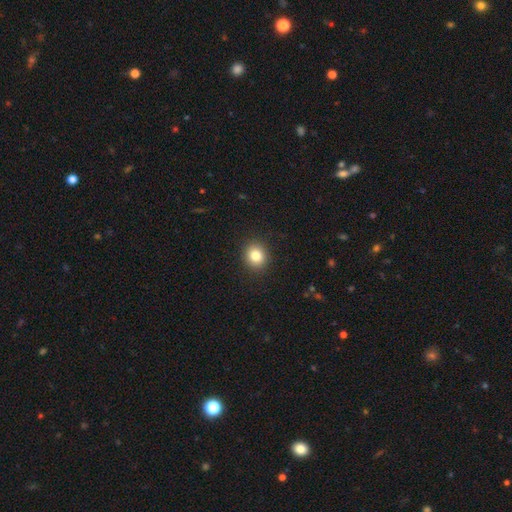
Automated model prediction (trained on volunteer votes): This appears to be a smooth galaxy with no disk features (82%) that is round (77%). Merging: none (91%).